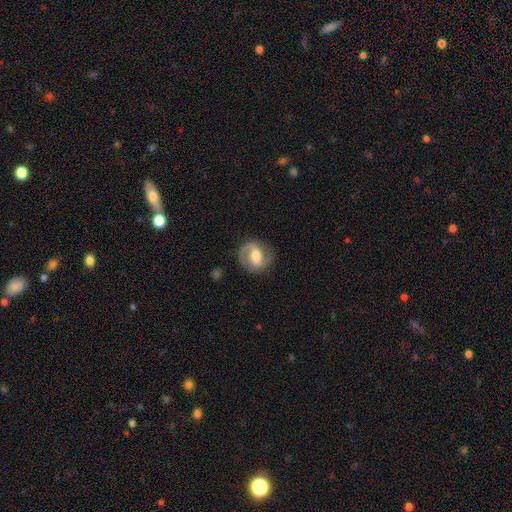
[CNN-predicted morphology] Smooth or featured? Predicted: featured or disk (p=0.67). Edge-on disk? Predicted: no (p=0.97). Bar? Predicted: weak (p=0.45). Spiral arms? Predicted: yes (p=0.86). Spiral winding? Predicted: medium (p=0.48). Spiral arm count? Predicted: 2 (p=0.81). Bulge size? Predicted: moderate (p=0.61). Merging? Predicted: none (p=0.77).